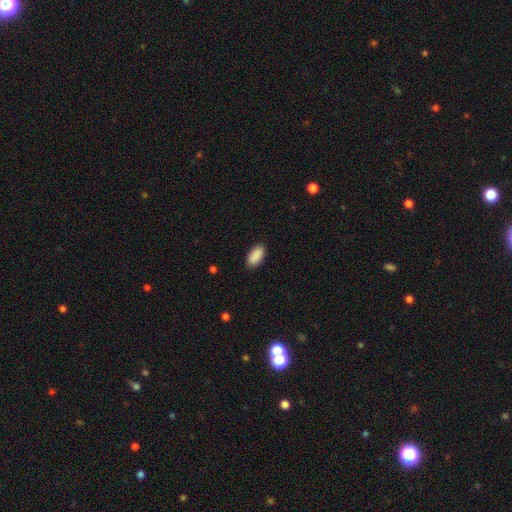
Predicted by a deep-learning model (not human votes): Smooth or featured? Predicted: smooth (p=0.91). How rounded? Predicted: in between (p=0.94). Merging? Predicted: none (p=0.89).